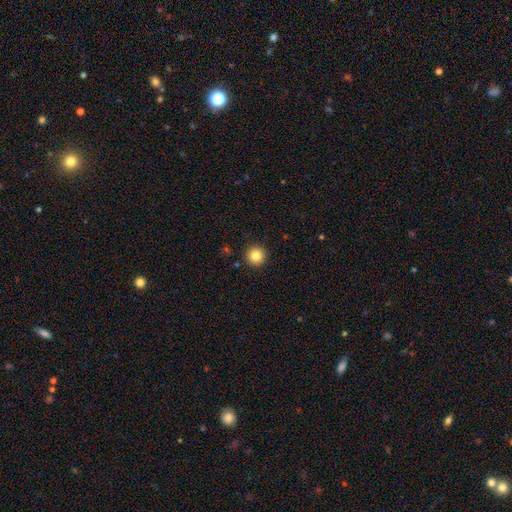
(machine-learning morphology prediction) This appears to be a smooth galaxy with no disk features (84%) that is round (96%). Merging: none (92%).